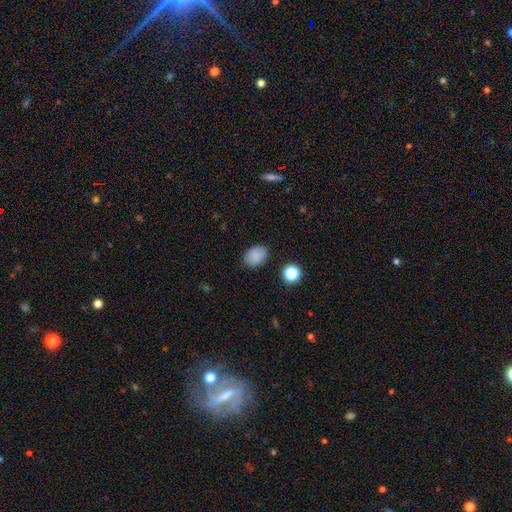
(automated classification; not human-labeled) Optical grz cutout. It shows a smooth galaxy with no disk features (84%) that is in between round and cigar-shaped (71%). Merging: none (84%).